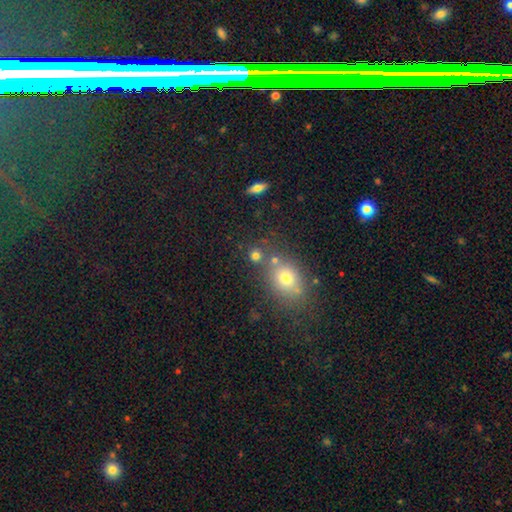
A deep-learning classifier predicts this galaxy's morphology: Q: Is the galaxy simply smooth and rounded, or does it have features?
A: smooth — 73%.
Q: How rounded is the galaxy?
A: round — 83%.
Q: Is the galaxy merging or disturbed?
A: none — 67%.